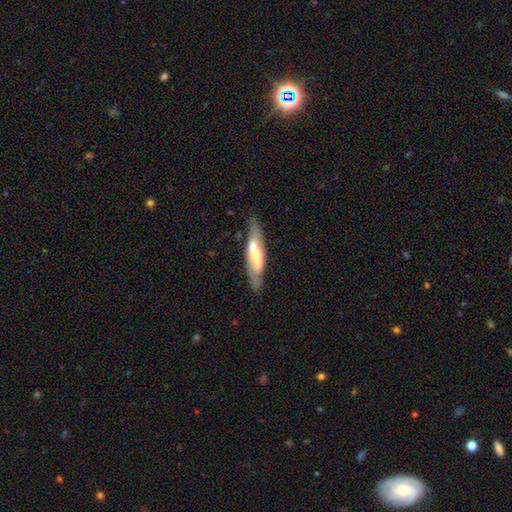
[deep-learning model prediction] This is possibly a featured or disk galaxy (58%). It is possibly not viewed edge-on (53%). Merging: likely none (75%).